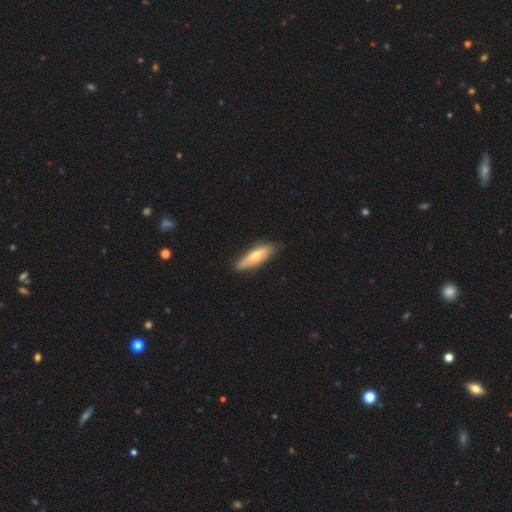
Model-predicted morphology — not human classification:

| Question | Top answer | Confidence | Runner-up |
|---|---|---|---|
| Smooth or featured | smooth | 55% | featured or disk (40%) |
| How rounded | cigar-shaped | 61% | in between (37%) |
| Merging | none | 82% | minor disturbance (15%) |